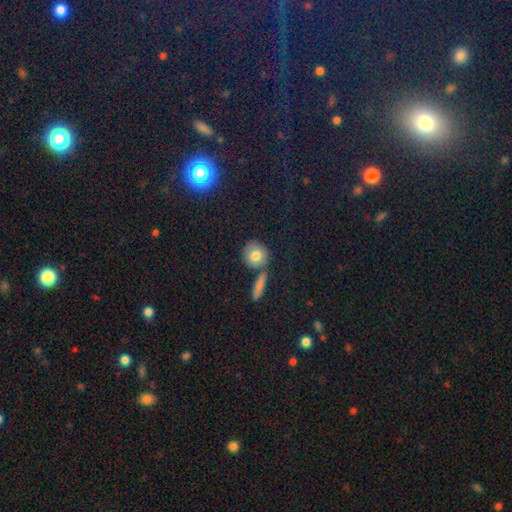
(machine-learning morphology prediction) Smooth or featured? smooth (74%)
How rounded? round (83%)
Merging? none (73%)